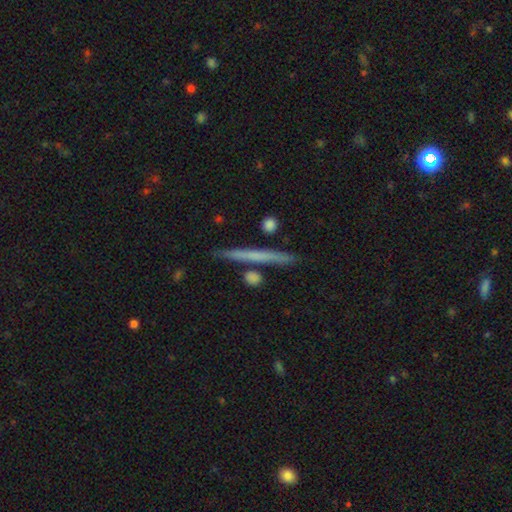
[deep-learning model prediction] Q: Smooth or featured?
A: smooth (48%); runner-up: featured or disk (45%)
Q: Merging?
A: none (87%); runner-up: minor disturbance (7%)